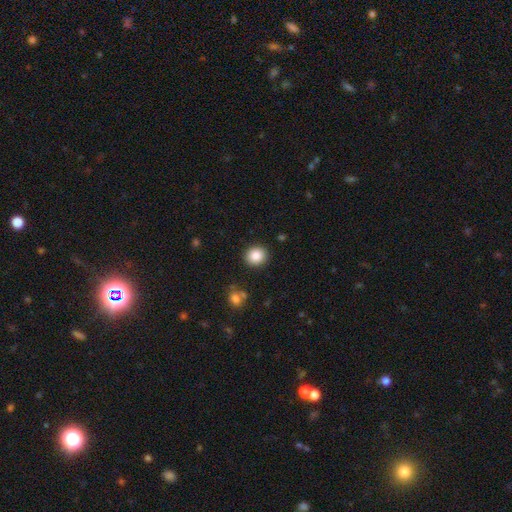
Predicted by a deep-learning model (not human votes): The model was most divided on "how rounded": round: 85%, in between: 14%, cigar-shaped: 1%. More confident: merging — none (89%); smooth or featured — smooth (87%).